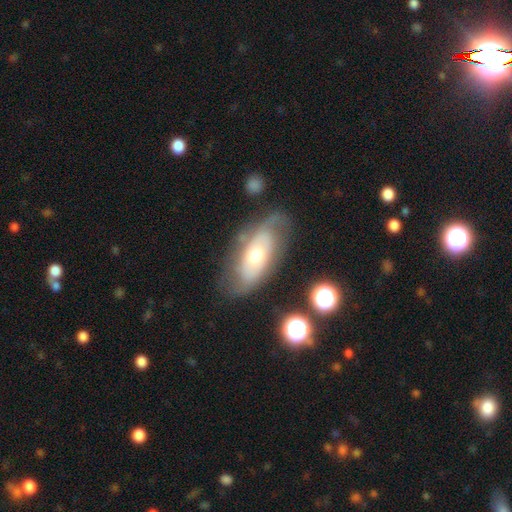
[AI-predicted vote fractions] Morphology: type=featured or disk (58%); edge-on=no (85%); merging=none (60%).